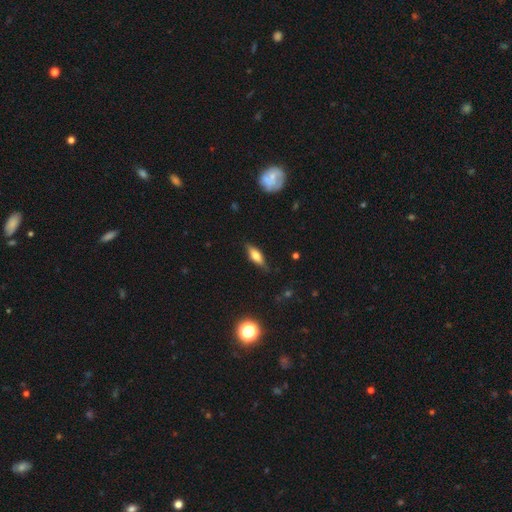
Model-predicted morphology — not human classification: Q: Smooth or featured?
A: smooth (52%); runner-up: featured or disk (40%)
Q: How rounded?
A: in between (54%); runner-up: cigar-shaped (42%)
Q: Merging?
A: none (82%); runner-up: minor disturbance (14%)